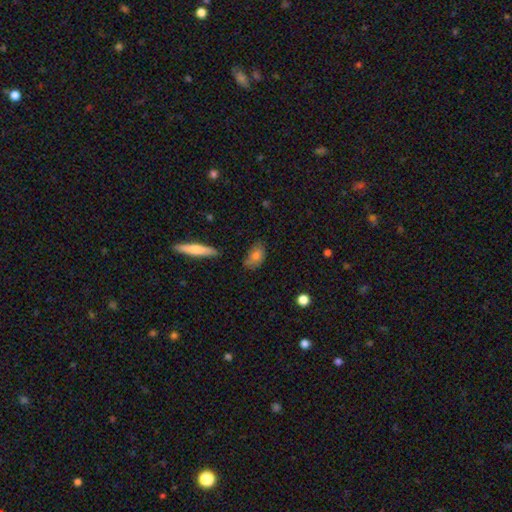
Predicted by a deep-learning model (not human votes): smooth_or_featured: smooth (p=0.74) [alt: featured or disk p=0.19]
how_rounded: in between (p=0.85) [alt: round p=0.08]
merging: none (p=0.66) [alt: minor disturbance p=0.26]